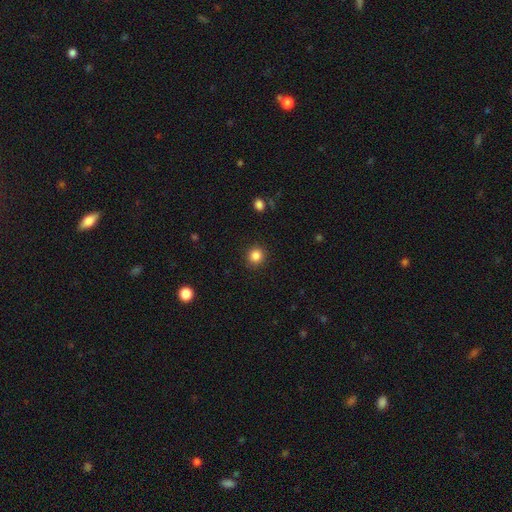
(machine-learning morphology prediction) This is clearly a smooth galaxy (85%). How rounded: clearly round (92%). Merging: clearly none (91%).